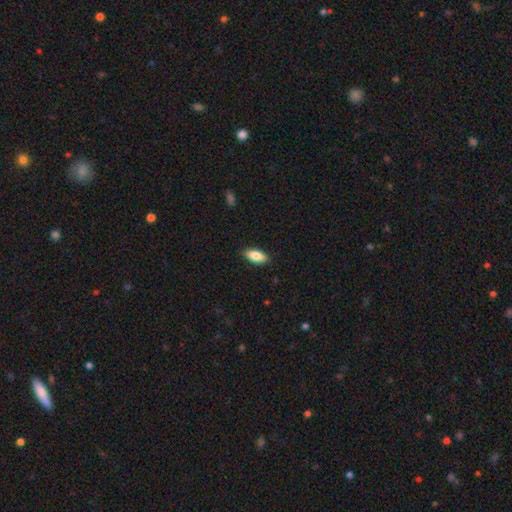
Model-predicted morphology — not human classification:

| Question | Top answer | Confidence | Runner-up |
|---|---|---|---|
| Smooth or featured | smooth | 83% | featured or disk (11%) |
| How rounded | in between | 86% | cigar-shaped (12%) |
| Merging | none | 89% | minor disturbance (8%) |